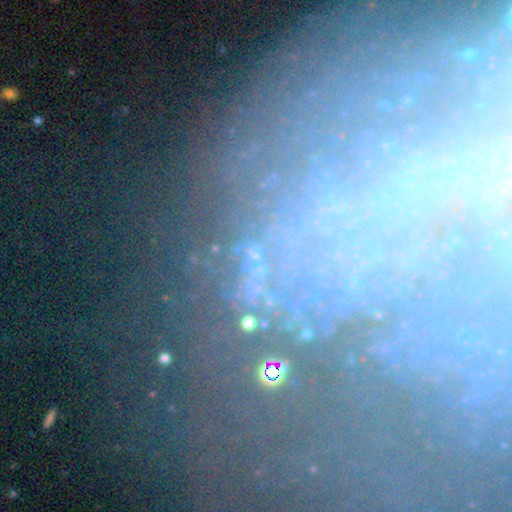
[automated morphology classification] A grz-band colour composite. It shows a star or artifact, not a galaxy (43%).